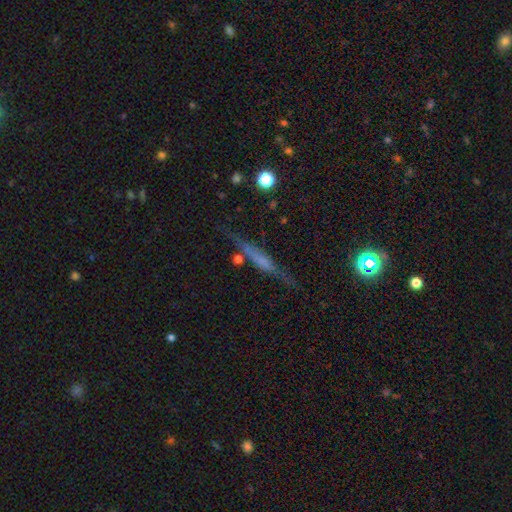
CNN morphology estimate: type=featured or disk (60%); edge-on=yes (93%); edge-on bulge=none (47%); merging=none (78%).